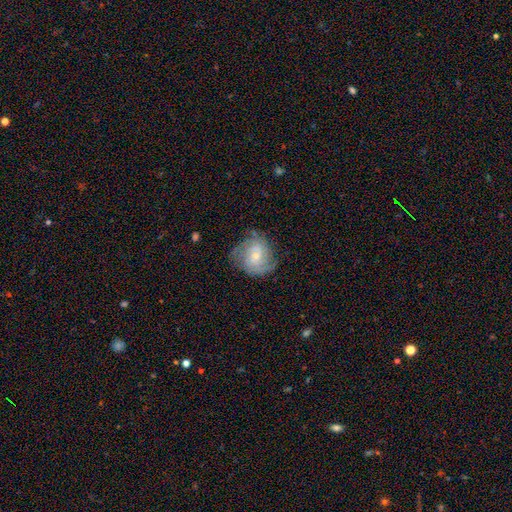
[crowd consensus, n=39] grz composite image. It shows a featured or disk galaxy (62%) with no bar (74%), 2 (44%) medium (44%) spiral arms (78%) and a small central bulge (74%). Merging: none (55%).